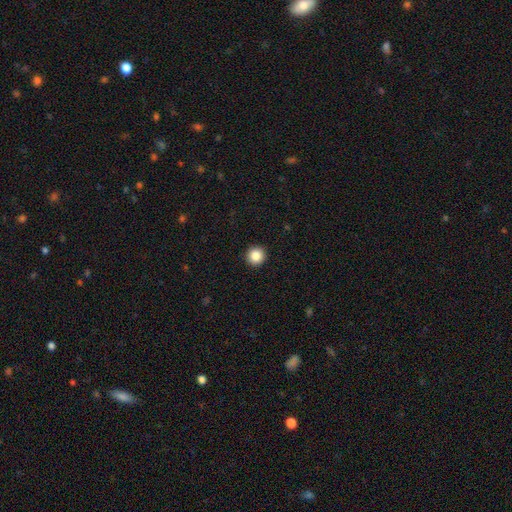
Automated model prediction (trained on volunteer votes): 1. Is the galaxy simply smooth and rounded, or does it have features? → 86% smooth, 10% star or artifact, 4% featured or disk.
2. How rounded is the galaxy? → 96% round, 4% in between, 1% cigar-shaped.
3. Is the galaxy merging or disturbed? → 94% none, 4% minor disturbance, 1% major disturbance, 1% merger.